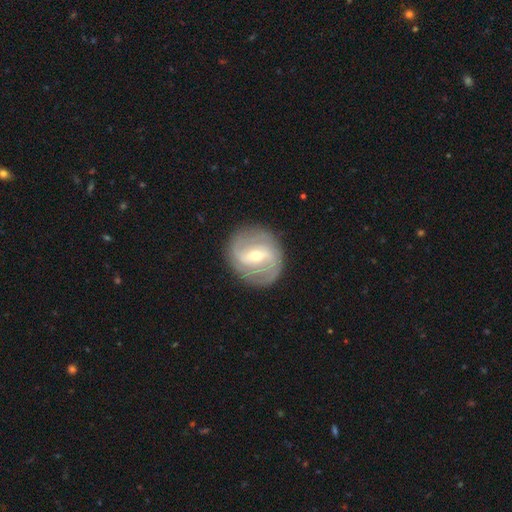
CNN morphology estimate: smooth-or-featured: featured or disk: 83% | smooth: 12% | star or artifact: 5%
  disk-edge-on: no: 97% | yes: 3%
    bar: weak: 45% | strong: 44% | no: 12%
    has-spiral-arms: yes: 92% | no: 8%
      spiral-winding: tight: 49% | medium: 37% | loose: 14%
      spiral-arm-count: 2: 55% | can't tell: 19% | 3: 15% | 4: 5% | 1: 3% | more than 4: 3%
    bulge-size: moderate: 54% | small: 41% | large: 3% | none: 1% | dominant: 1%
  merging: none: 83% | minor disturbance: 11% | major disturbance: 4% | merger: 1%